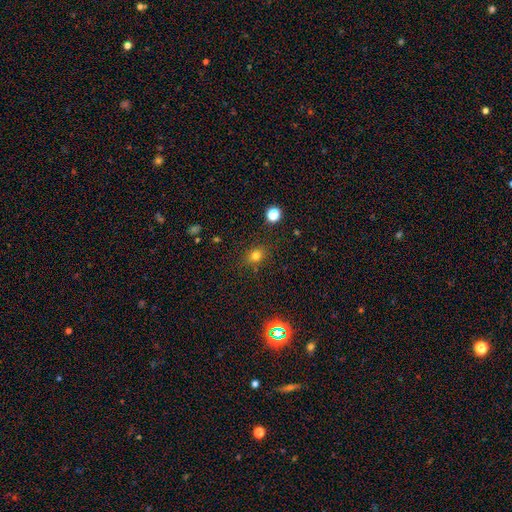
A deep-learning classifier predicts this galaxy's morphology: A smooth galaxy with no disk features (74%) that is round (51%).

Vote fractions:
- Smooth or featured? smooth: 74% / star or artifact: 18% / featured or disk: 7%
- How rounded? round: 51% / in between: 48% / cigar-shaped: 1%
- Merging? none: 82% / minor disturbance: 12% / major disturbance: 4% / merger: 3%